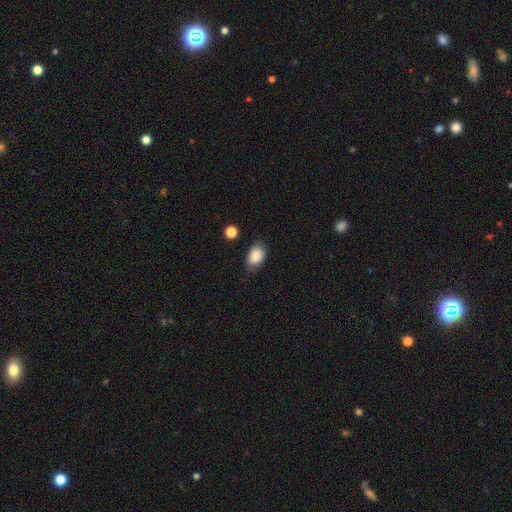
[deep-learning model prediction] Smooth or featured? smooth (85%)
How rounded? in between (82%)
Merging? none (70%)